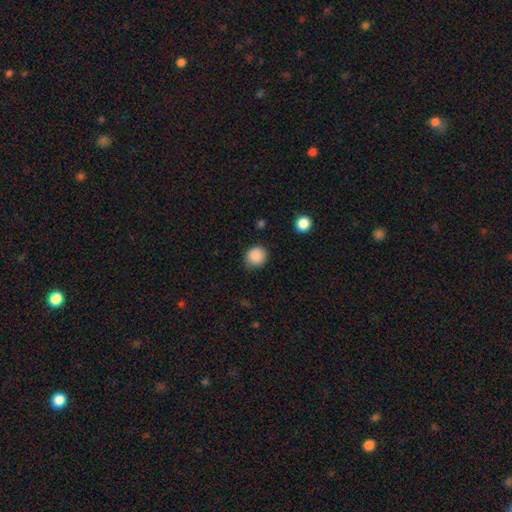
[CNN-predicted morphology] Smooth or featured: smooth — 88% (star or artifact — 9%)
How rounded: round — 88% (in between — 11%)
Merging: none — 81% (minor disturbance — 14%)